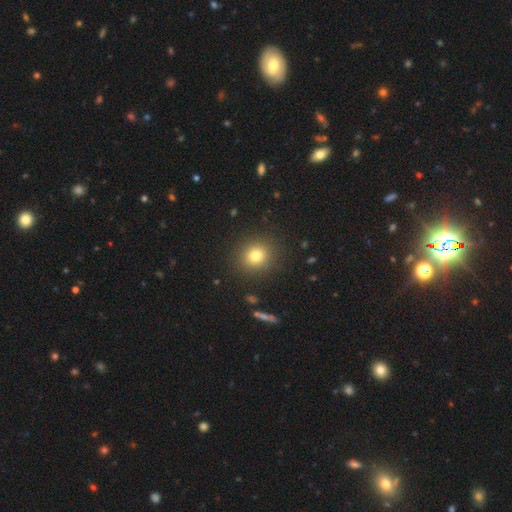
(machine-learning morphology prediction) Smooth or featured?
  - smooth: 78% *
  - star or artifact: 13%
  - featured or disk: 9%
How rounded?
  - round: 85% *
  - in between: 15%
  - cigar-shaped: 1%
Merging?
  - none: 89% *
  - minor disturbance: 7%
  - major disturbance: 3%
  - merger: 1%